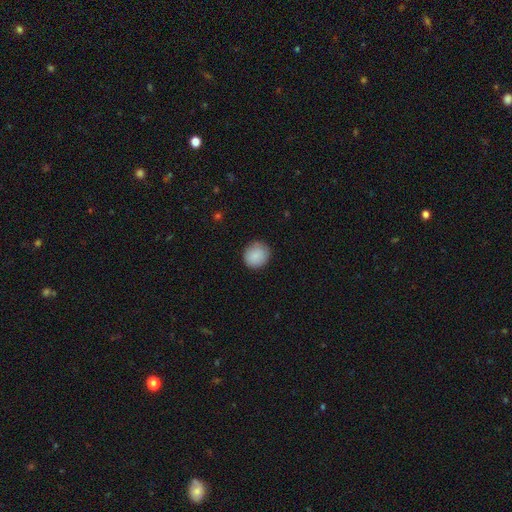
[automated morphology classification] Q: Smooth or featured?
A: smooth (89%); runner-up: star or artifact (7%)
Q: How rounded?
A: round (85%); runner-up: in between (14%)
Q: Merging?
A: none (87%); runner-up: minor disturbance (10%)